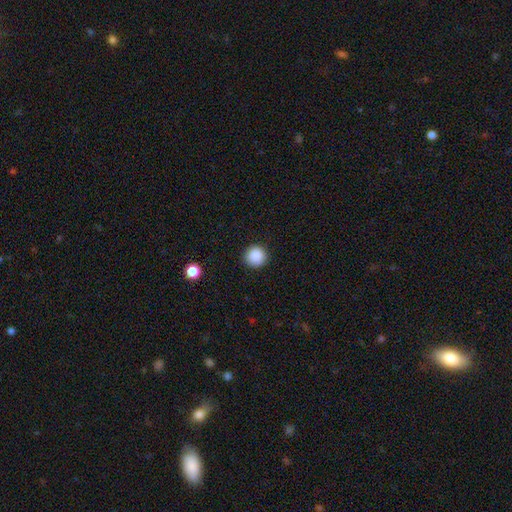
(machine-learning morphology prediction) Smooth or featured? Predicted: smooth (p=0.87). How rounded? Predicted: round (p=0.94). Merging? Predicted: none (p=0.90).